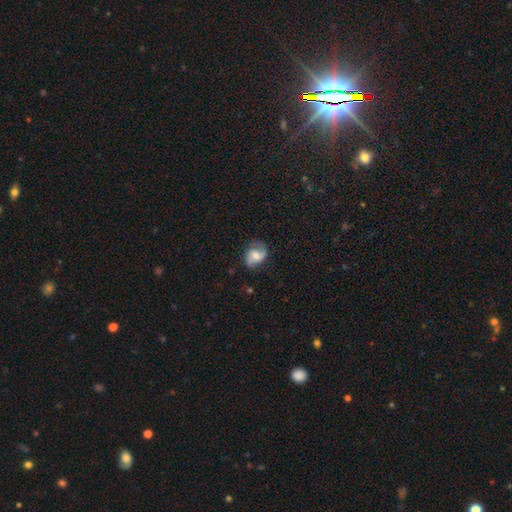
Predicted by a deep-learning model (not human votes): Morphology: type=featured or disk (58%); edge-on=no (97%); bar=weak (43%); spiral arms=yes (87%); bulge=moderate (54%); merging=none (66%).